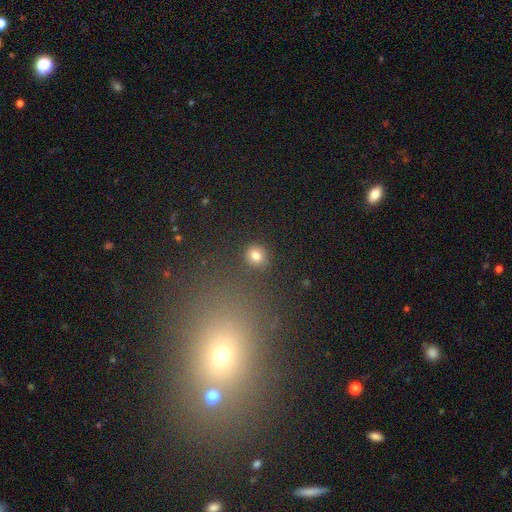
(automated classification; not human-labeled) Overall: smooth (80%). How rounded: round (88%). Merging: none (88%).